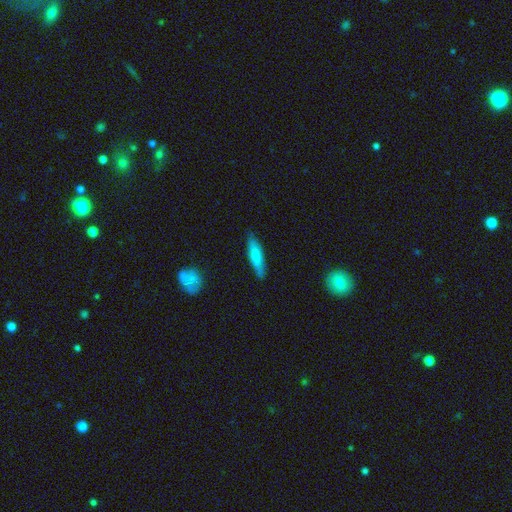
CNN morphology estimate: Smooth or featured? Predicted: smooth (p=0.75). How rounded? Predicted: cigar-shaped (p=0.79). Merging? Predicted: none (p=0.84).